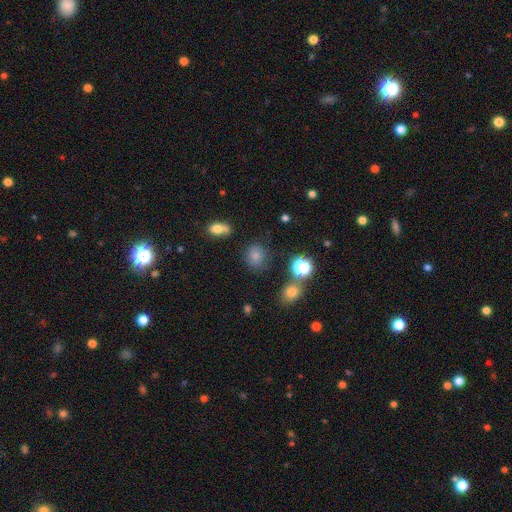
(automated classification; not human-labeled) This appears to be a smooth galaxy with no disk features (75%) that is round (71%). Merging: none (75%).